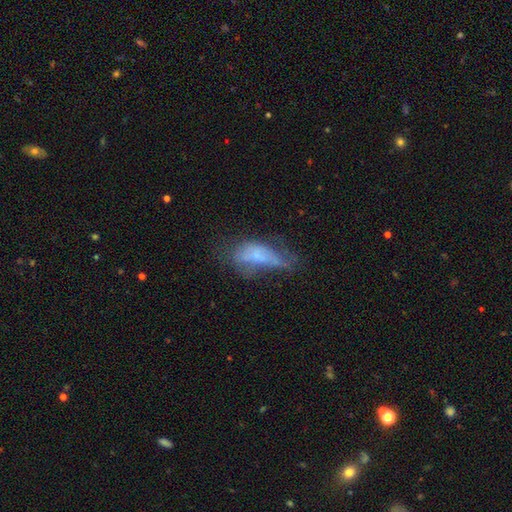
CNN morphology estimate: Q: Smooth or featured?
A: smooth (50%); runner-up: featured or disk (36%)
Q: How rounded?
A: in between (77%); runner-up: cigar-shaped (19%)
Q: Merging?
A: major disturbance (40%); runner-up: minor disturbance (27%)